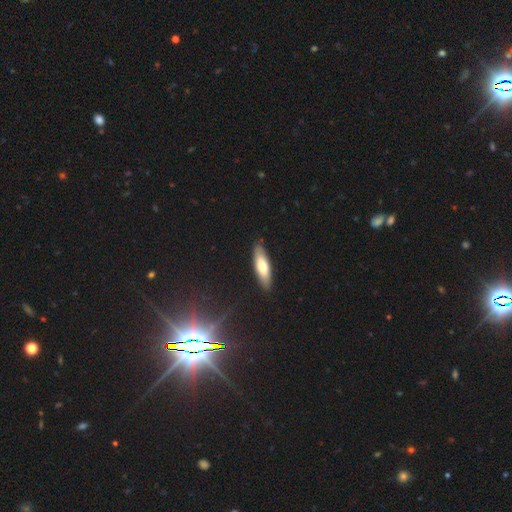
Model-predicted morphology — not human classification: Overall: smooth (70%). How rounded: cigar-shaped (51%; in between 47%). Merging: none (88%).